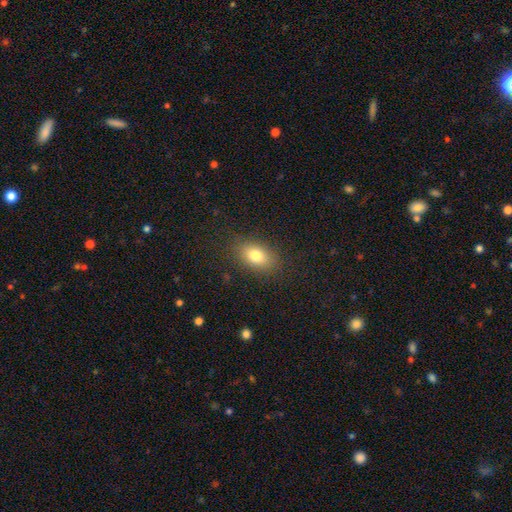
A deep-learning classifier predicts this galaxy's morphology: A smooth galaxy with no disk features (79%) that is in between round and cigar-shaped (84%). Merging: none (85%).